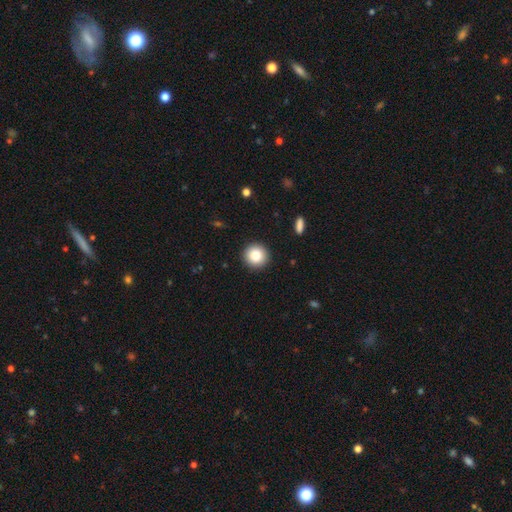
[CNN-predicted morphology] A smooth galaxy with no disk features (81%) that is round (95%). Merging: none (92%).